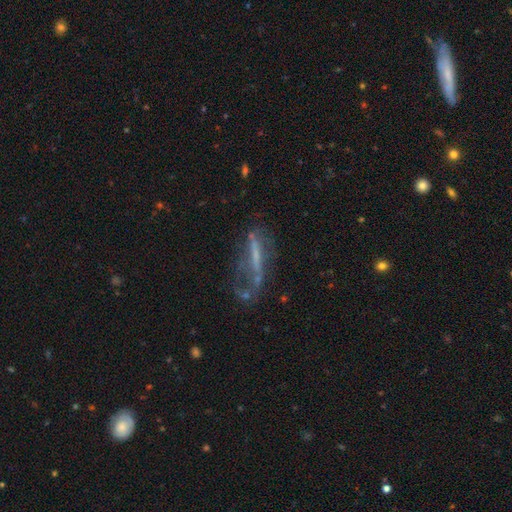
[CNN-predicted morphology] Smooth or featured?
  - featured or disk: 58% *
  - smooth: 28%
  - star or artifact: 14%
Edge-on disk?
  - no: 63% *
  - yes: 37%
Merging?
  - none: 37% *
  - major disturbance: 33%
  - minor disturbance: 22%
  - merger: 8%